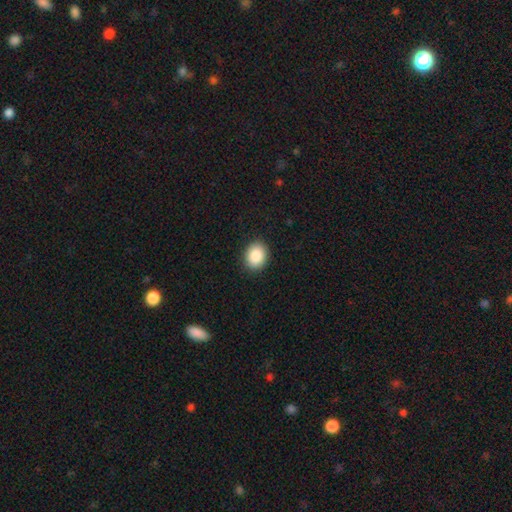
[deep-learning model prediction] smooth-or-featured: smooth: 88% | star or artifact: 8% | featured or disk: 4%
  how-rounded: round: 50% | in between: 49% | cigar-shaped: 1%
  merging: none: 89% | minor disturbance: 8% | major disturbance: 2% | merger: 1%